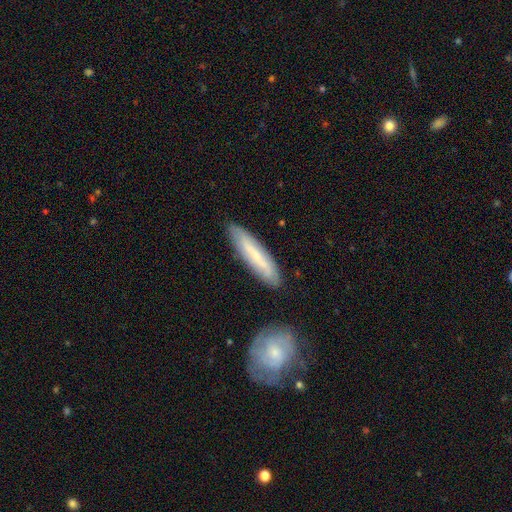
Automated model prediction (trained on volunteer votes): Smooth or featured? Predicted: smooth (p=0.54). How rounded? Predicted: cigar-shaped (p=0.81). Merging? Predicted: none (p=0.83).